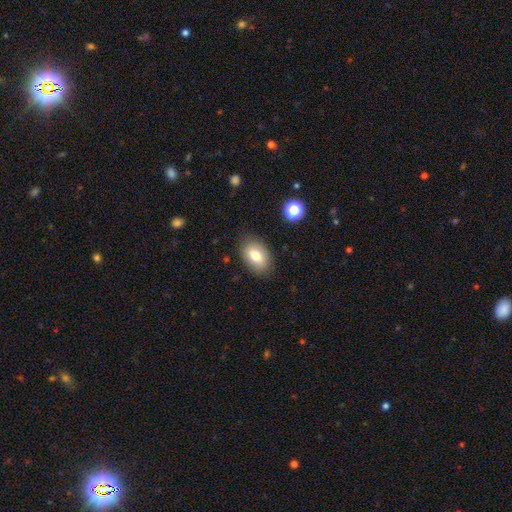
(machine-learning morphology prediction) smooth 77%, featured or disk 14%, star or artifact 9%. Down the decision tree: how rounded — in between (87%); merging — none (84%).